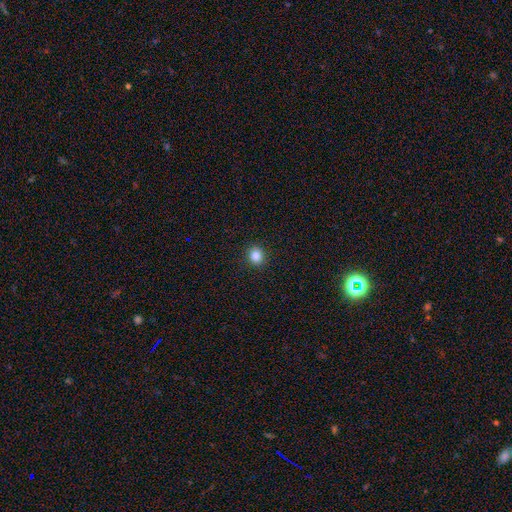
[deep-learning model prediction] A smooth galaxy with no disk features (84%) that is round (78%). Merging: none (92%).